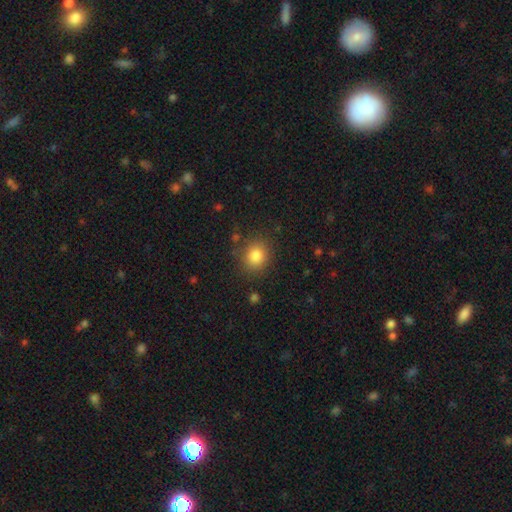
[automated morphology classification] Smooth or featured? smooth (83%)
How rounded? round (77%)
Merging? none (84%)